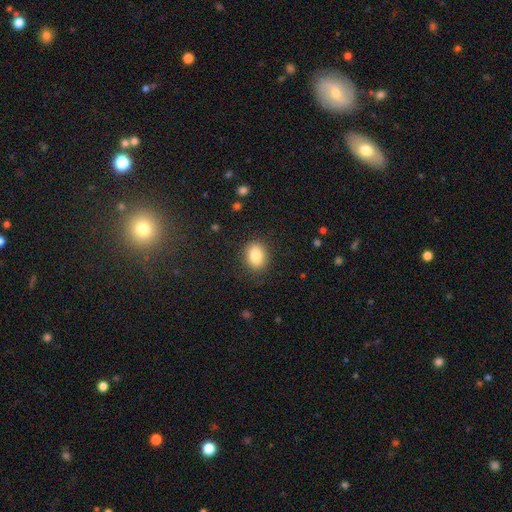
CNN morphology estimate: Smooth or featured?
  - smooth: 83% *
  - star or artifact: 9%
  - featured or disk: 8%
How rounded?
  - in between: 58% *
  - round: 41%
  - cigar-shaped: 1%
Merging?
  - none: 87% *
  - minor disturbance: 9%
  - major disturbance: 3%
  - merger: 1%